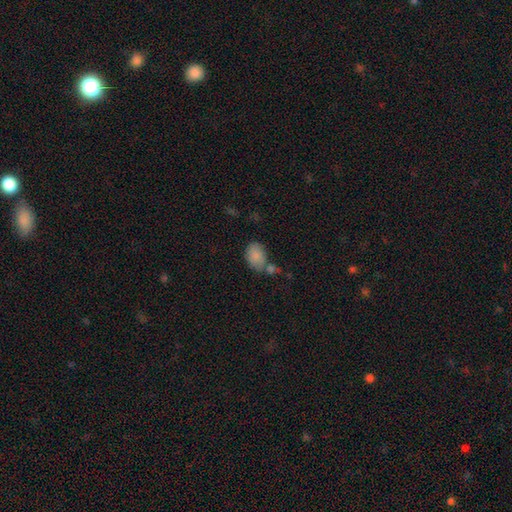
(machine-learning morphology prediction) A smooth galaxy with no disk features (85%) that is in between round and cigar-shaped (83%).

Vote fractions:
- Smooth or featured? smooth: 85% / star or artifact: 8% / featured or disk: 7%
- How rounded? in between: 83% / round: 16% / cigar-shaped: 1%
- Merging? none: 48% / merger: 26% / minor disturbance: 19% / major disturbance: 7%